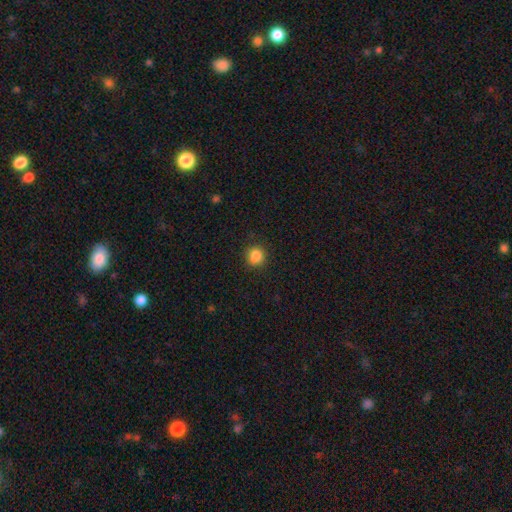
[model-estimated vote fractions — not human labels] This appears to be a smooth galaxy with no disk features (85%) that is round (83%). Merging: none (82%).